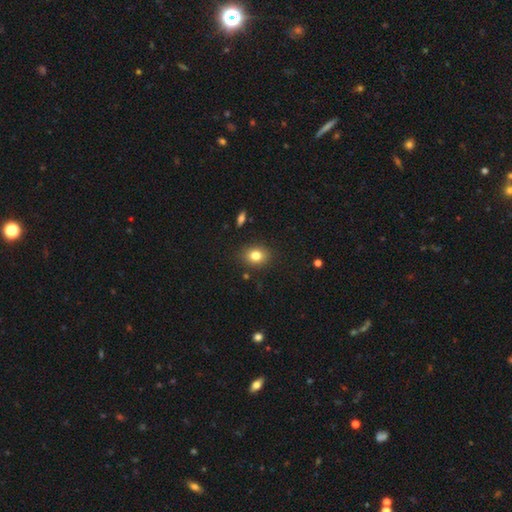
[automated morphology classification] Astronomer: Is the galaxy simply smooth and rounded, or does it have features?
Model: smooth — 81%.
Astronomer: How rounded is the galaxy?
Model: round — 51% (runner-up: in between, 48%).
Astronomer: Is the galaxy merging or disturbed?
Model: none — 87%.